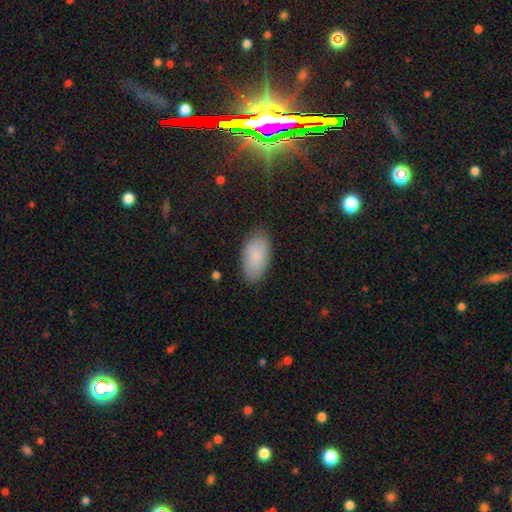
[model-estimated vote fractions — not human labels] Smooth or featured?
  - smooth: 84% *
  - featured or disk: 9%
  - star or artifact: 7%
How rounded?
  - in between: 95% *
  - round: 3%
  - cigar-shaped: 2%
Merging?
  - none: 85% *
  - minor disturbance: 11%
  - major disturbance: 3%
  - merger: 1%